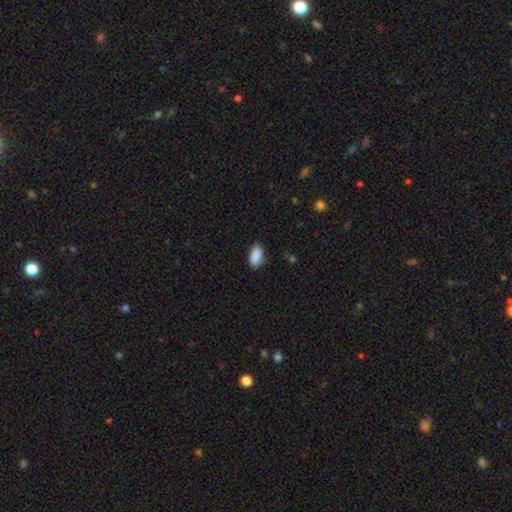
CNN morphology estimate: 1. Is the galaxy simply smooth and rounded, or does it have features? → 90% smooth, 7% star or artifact, 4% featured or disk.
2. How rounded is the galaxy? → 92% in between, 6% cigar-shaped, 3% round.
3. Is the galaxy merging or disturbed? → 81% none, 15% minor disturbance, 3% major disturbance, 1% merger.